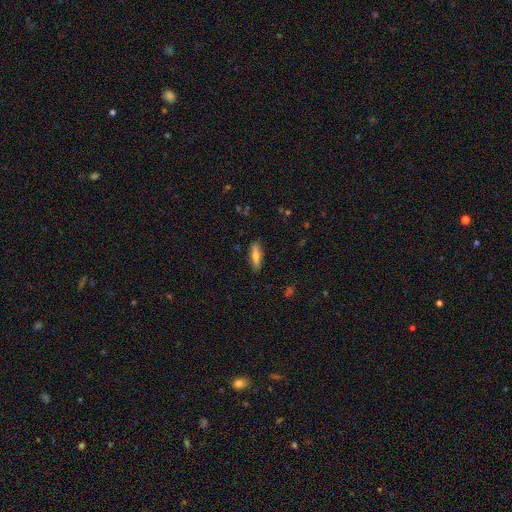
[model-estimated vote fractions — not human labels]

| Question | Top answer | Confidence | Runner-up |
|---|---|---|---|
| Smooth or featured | smooth | 63% | featured or disk (30%) |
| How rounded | cigar-shaped | 62% | in between (35%) |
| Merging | none | 86% | minor disturbance (10%) |